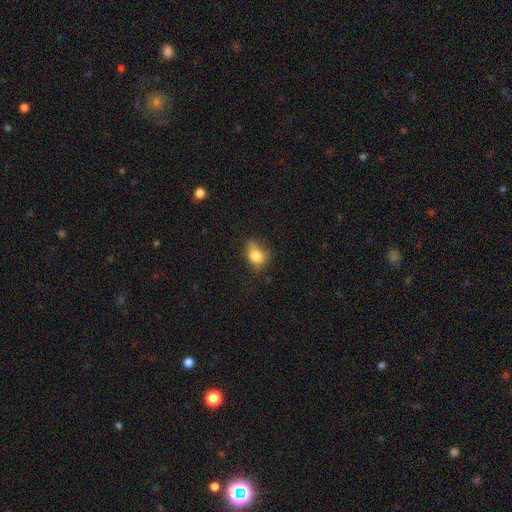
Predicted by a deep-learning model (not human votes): Overall: smooth (80%). How rounded: in between (60%; round 38%). Merging: none (54%; minor disturbance 32%).